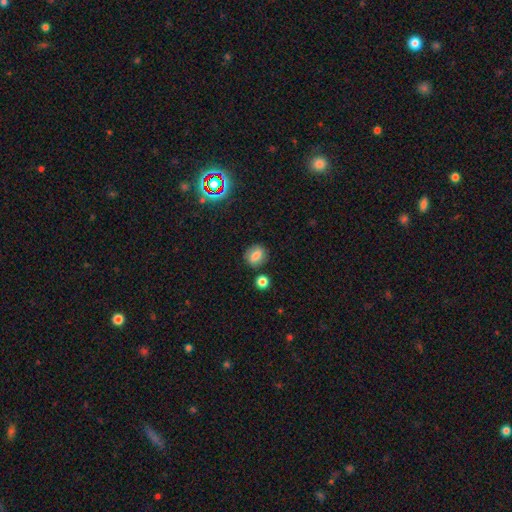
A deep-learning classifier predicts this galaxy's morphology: This is likely a smooth galaxy (75%). How rounded: possibly round (51%). Merging: clearly none (80%).